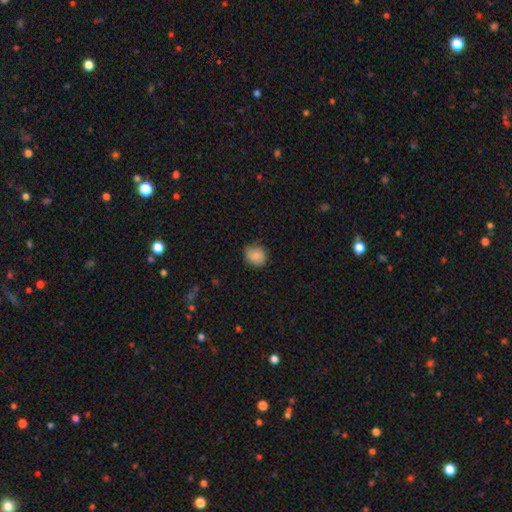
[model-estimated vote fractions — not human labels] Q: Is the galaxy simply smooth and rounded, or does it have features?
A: smooth — 85%.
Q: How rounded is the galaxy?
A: round — 76%.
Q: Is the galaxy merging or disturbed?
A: none — 73%.